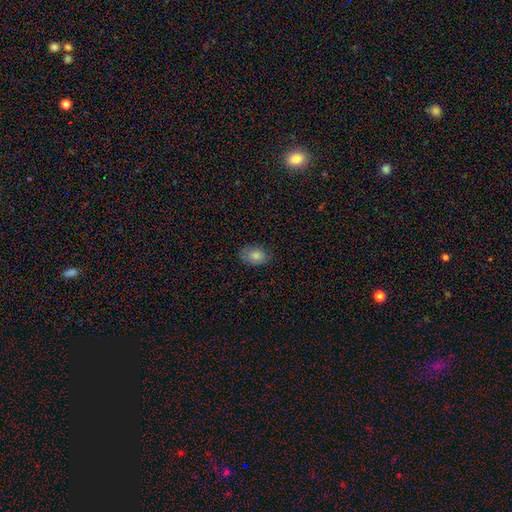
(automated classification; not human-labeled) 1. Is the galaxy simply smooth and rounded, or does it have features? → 83% smooth, 9% featured or disk, 8% star or artifact.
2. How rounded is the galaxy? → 83% in between, 16% round, 1% cigar-shaped.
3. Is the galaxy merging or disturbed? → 80% none, 16% minor disturbance, 3% major disturbance, 1% merger.